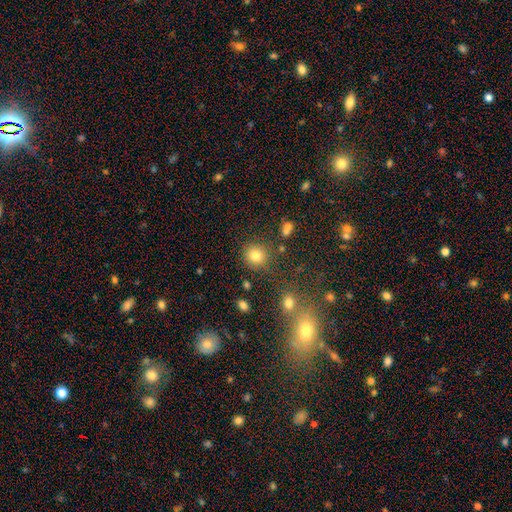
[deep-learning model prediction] The model was most divided on "smooth or featured": smooth: 81%, star or artifact: 12%, featured or disk: 7%. More confident: how rounded — round (88%); merging — none (82%).